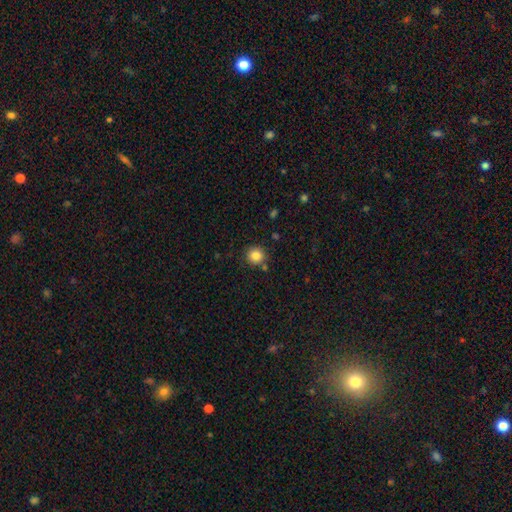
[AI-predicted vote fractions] Smooth or featured? Predicted: smooth (p=0.84). How rounded? Predicted: round (p=0.92). Merging? Predicted: none (p=0.84).